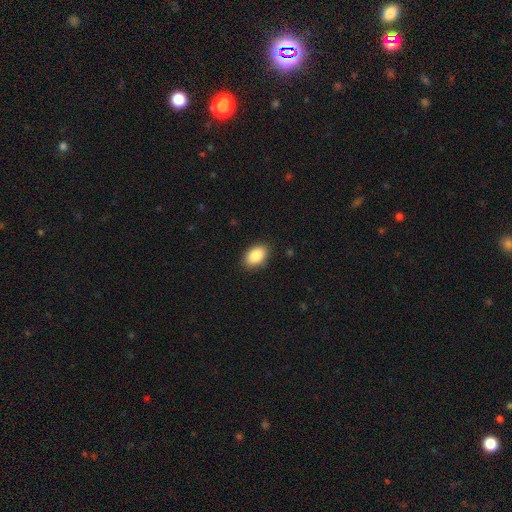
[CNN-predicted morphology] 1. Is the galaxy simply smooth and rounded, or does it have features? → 89% smooth, 7% star or artifact, 4% featured or disk.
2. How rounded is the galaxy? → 90% in between, 8% round, 1% cigar-shaped.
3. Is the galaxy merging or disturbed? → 88% none, 9% minor disturbance, 2% major disturbance, 1% merger.